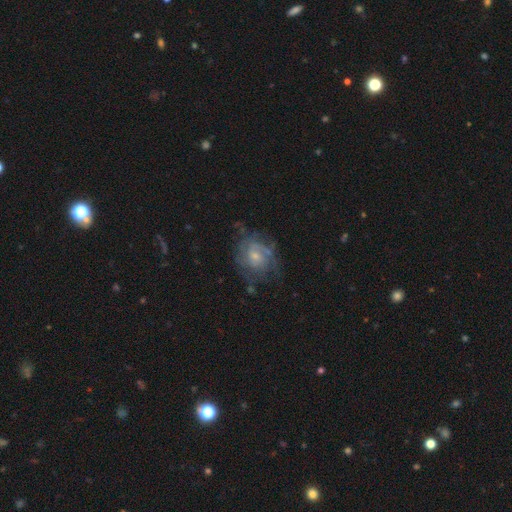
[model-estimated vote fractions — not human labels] smooth_or_featured: featured or disk (p=0.70) [alt: smooth p=0.22]
disk_edge_on: no (p=0.97) [alt: yes p=0.03]
bar: no (p=0.63) [alt: weak p=0.32]
has_spiral_arms: yes (p=0.79) [alt: no p=0.21]
spiral_winding: tight (p=0.48) [alt: medium p=0.38]
spiral_arm_count: can't tell (p=0.44) [alt: 2 p=0.31]
bulge_size: small (p=0.60) [alt: moderate p=0.31]
merging: none (p=0.58) [alt: minor disturbance p=0.23]